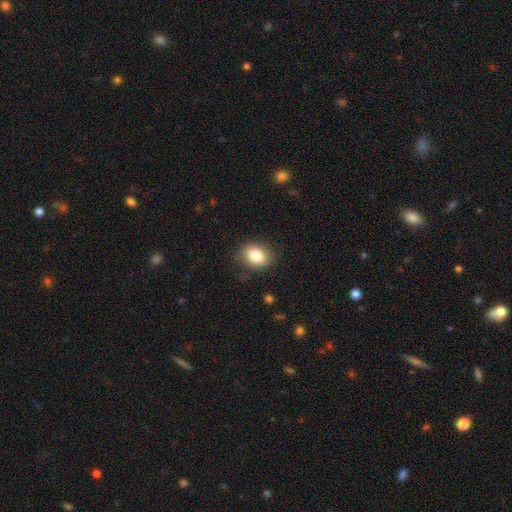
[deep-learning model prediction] Smooth or featured: smooth — 84% (star or artifact — 9%)
How rounded: in between — 63% (round — 36%)
Merging: none — 83% (minor disturbance — 13%)